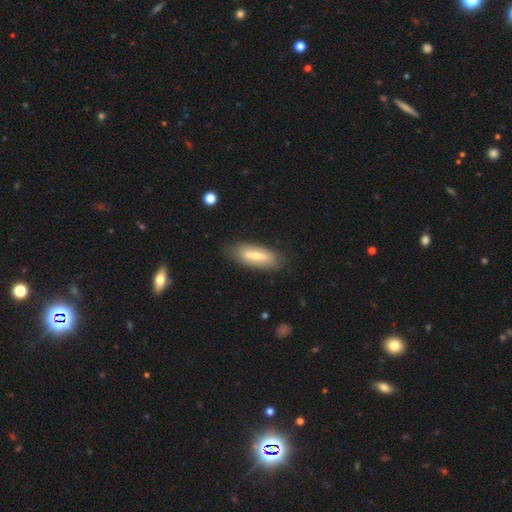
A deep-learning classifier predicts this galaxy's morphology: smooth_or_featured: smooth (p=0.62) [alt: featured or disk p=0.32]
how_rounded: in between (p=0.67) [alt: cigar-shaped p=0.31]
merging: none (p=0.80) [alt: minor disturbance p=0.15]